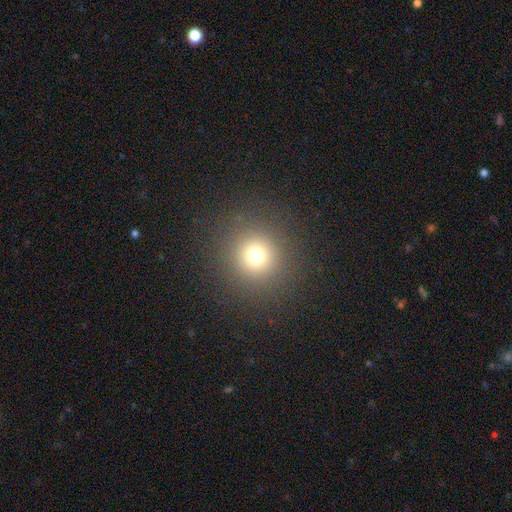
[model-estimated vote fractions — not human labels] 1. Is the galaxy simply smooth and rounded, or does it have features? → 71% smooth, 20% star or artifact, 9% featured or disk.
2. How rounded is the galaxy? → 94% round, 5% in between, 1% cigar-shaped.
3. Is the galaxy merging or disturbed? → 89% none, 6% minor disturbance, 4% major disturbance, 1% merger.